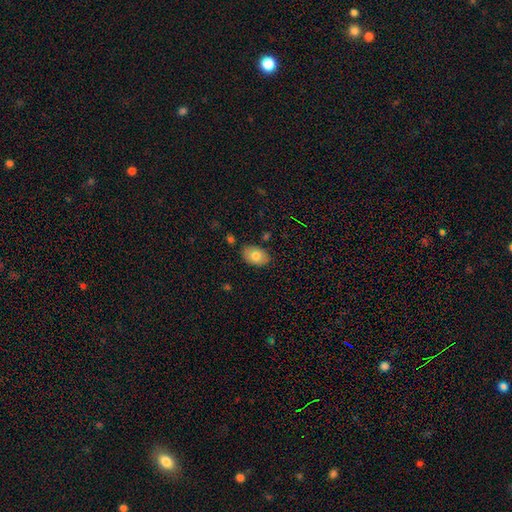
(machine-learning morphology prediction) The model was most divided on "smooth or featured": smooth: 78%, featured or disk: 15%, star or artifact: 7%. More confident: how rounded — in between (88%); merging — none (83%).